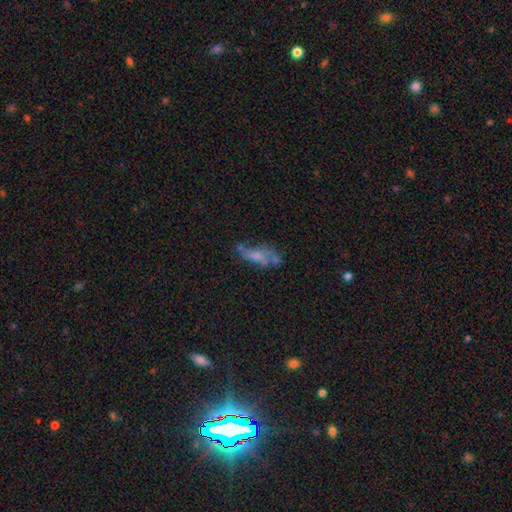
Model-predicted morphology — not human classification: Smooth or featured? featured or disk (48%)
Merging? none (38%)